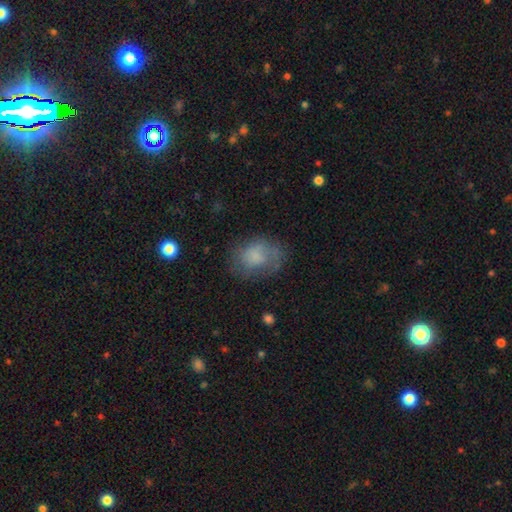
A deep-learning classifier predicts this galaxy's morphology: Smooth or featured: smooth — 63% (featured or disk — 28%)
How rounded: in between — 62% (round — 37%)
Merging: none — 57% (minor disturbance — 24%)